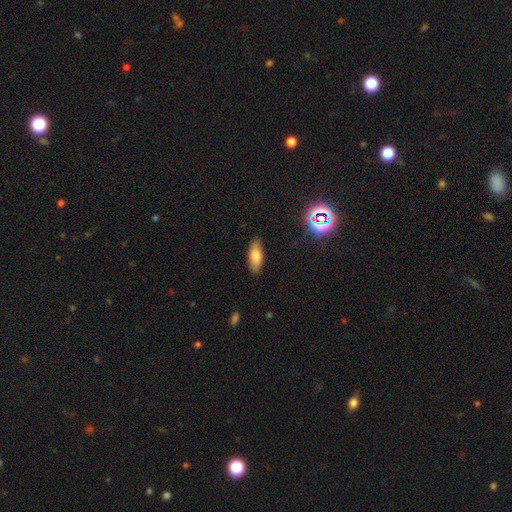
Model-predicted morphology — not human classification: Smooth or featured? smooth (75%)
How rounded? in between (75%)
Merging? none (86%)